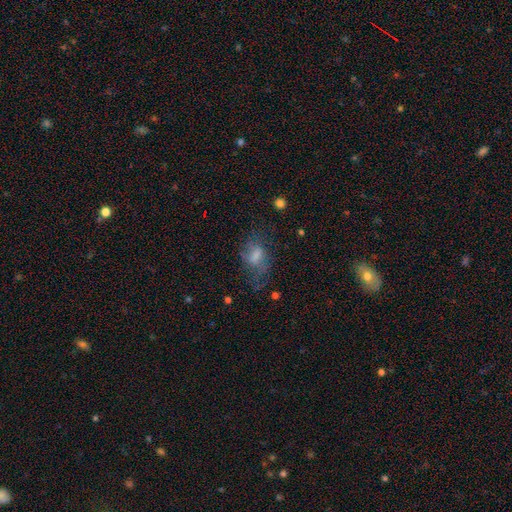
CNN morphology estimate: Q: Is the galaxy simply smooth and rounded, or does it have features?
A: smooth — 44%.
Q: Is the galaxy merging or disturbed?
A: none — 47%.